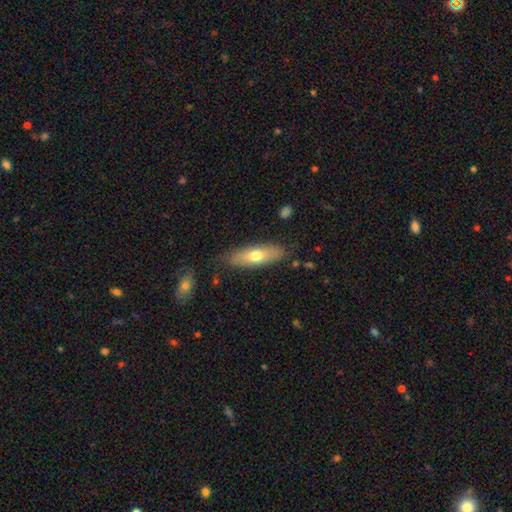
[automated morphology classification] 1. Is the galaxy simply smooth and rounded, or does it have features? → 64% smooth, 30% featured or disk, 6% star or artifact.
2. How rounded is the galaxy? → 54% in between, 43% cigar-shaped, 3% round.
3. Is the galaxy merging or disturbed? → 81% none, 13% minor disturbance, 3% major disturbance, 2% merger.